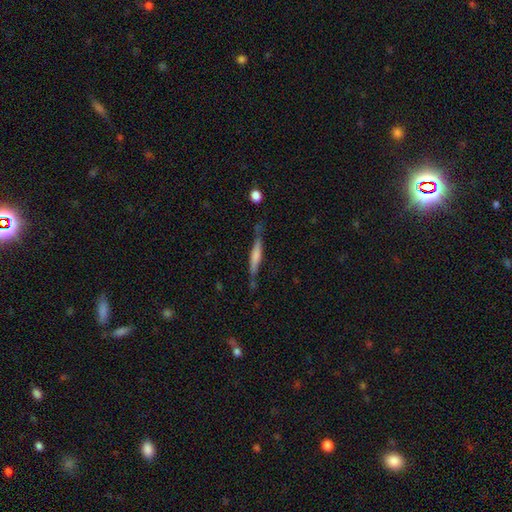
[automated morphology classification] Smooth or featured: featured or disk — 48% (smooth — 46%)
Merging: none — 70% (minor disturbance — 20%)